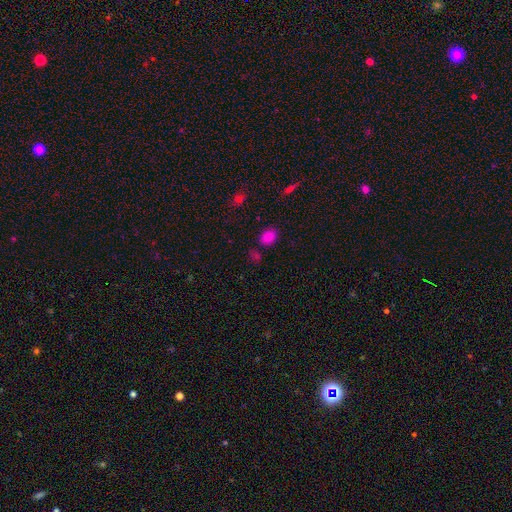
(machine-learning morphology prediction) smooth-or-featured: smooth: 68% | star or artifact: 27% | featured or disk: 5%
  how-rounded: in between: 60% | round: 37% | cigar-shaped: 2%
  merging: none: 70% | merger: 13% | minor disturbance: 12% | major disturbance: 5%